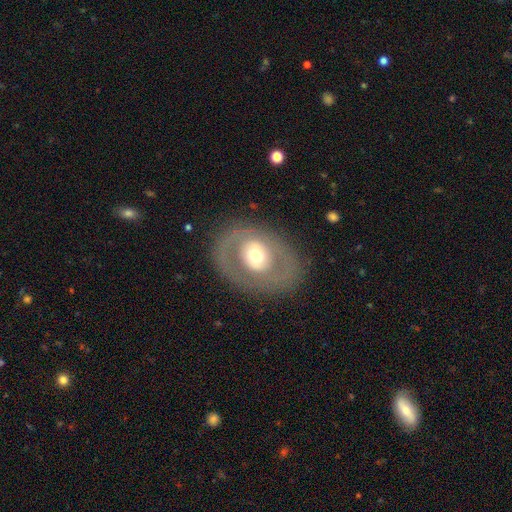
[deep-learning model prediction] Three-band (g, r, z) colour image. It shows a featured or disk galaxy (56%) with no bar (70%), no spiral arms (80%) and a moderate central bulge (60%). Merging: none (79%).